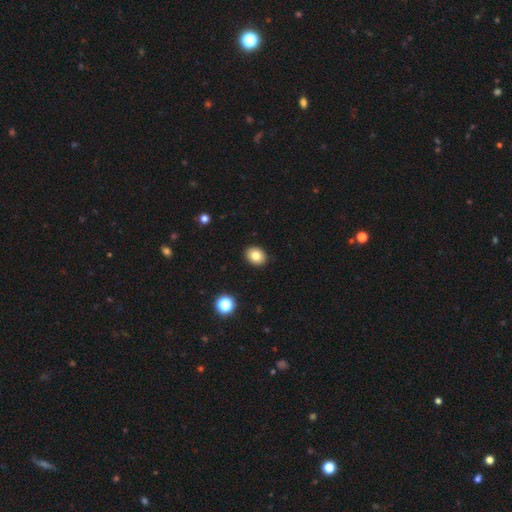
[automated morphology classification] Q: Smooth or featured?
A: smooth (82%); runner-up: star or artifact (10%)
Q: How rounded?
A: in between (56%); runner-up: round (43%)
Q: Merging?
A: none (91%); runner-up: minor disturbance (6%)